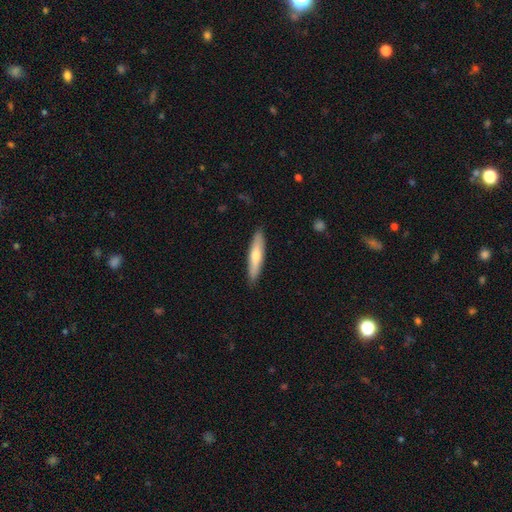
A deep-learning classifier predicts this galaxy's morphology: A smooth galaxy with no disk features (60%) that is cigar-shaped (81%).

Vote fractions:
- Smooth or featured? smooth: 60% / featured or disk: 35% / star or artifact: 5%
- How rounded? cigar-shaped: 81% / in between: 17% / round: 2%
- Merging? none: 89% / minor disturbance: 8% / major disturbance: 2% / merger: 1%